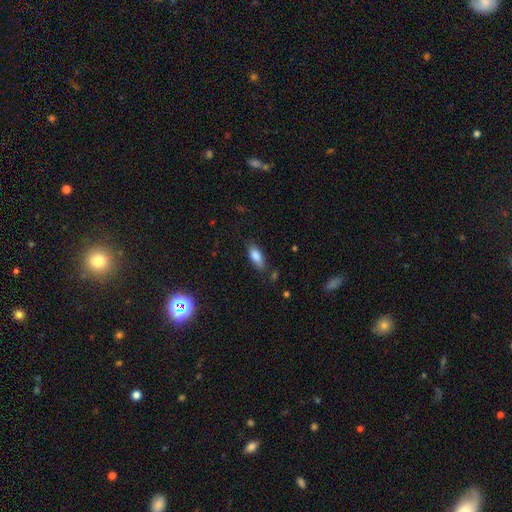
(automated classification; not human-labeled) Smooth or featured? smooth (82%)
How rounded? in between (78%)
Merging? none (75%)